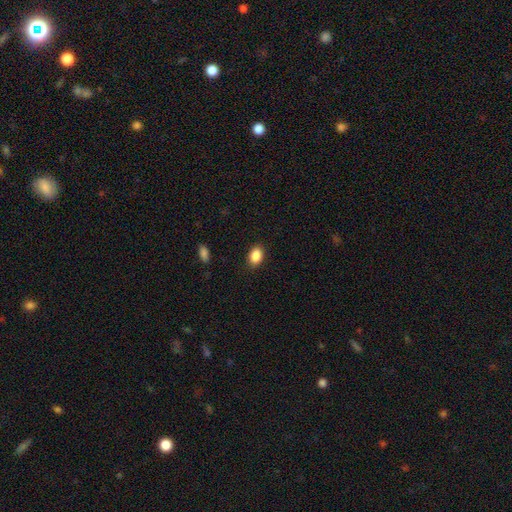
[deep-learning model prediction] The model was most divided on "how rounded": in between: 82%, round: 17%, cigar-shaped: 1%. More confident: merging — none (88%); smooth or featured — smooth (88%).